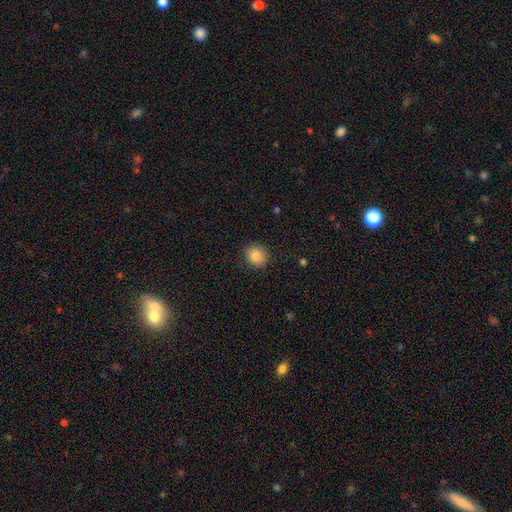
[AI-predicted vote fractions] Smooth or featured? smooth (85%)
How rounded? round (84%)
Merging? none (89%)